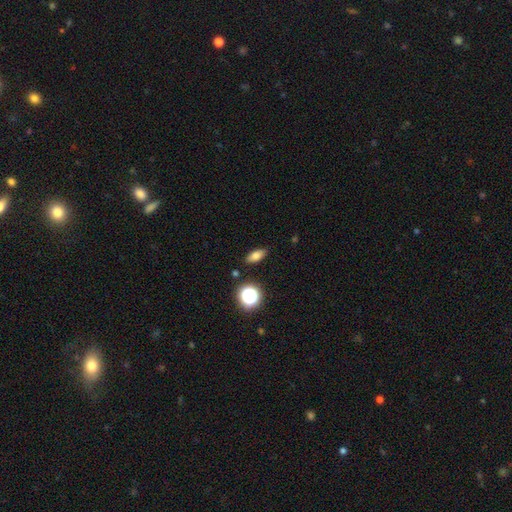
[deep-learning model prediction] Morphology: type=smooth (75%); roundness=in between (75%); merging=none (87%).